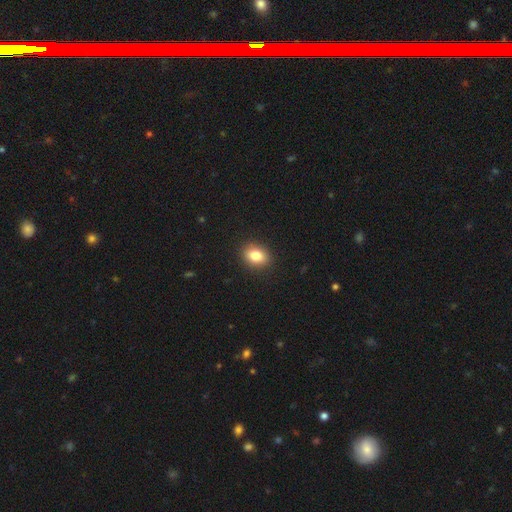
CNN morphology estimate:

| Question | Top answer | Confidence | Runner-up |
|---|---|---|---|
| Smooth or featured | smooth | 83% | star or artifact (10%) |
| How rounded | in between | 63% | round (36%) |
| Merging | none | 90% | minor disturbance (7%) |